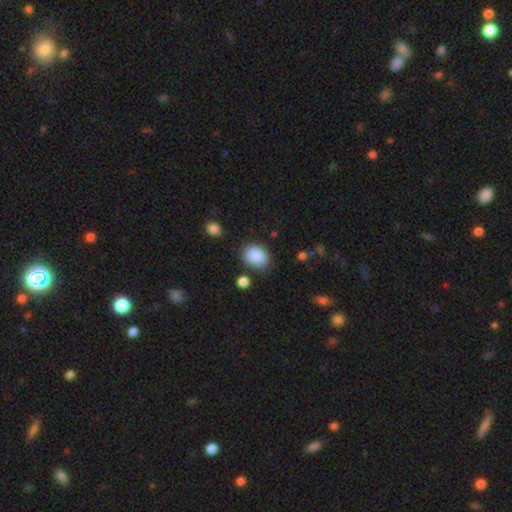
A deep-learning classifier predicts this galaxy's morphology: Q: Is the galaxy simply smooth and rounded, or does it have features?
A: smooth — 88%.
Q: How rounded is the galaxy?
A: round — 50%.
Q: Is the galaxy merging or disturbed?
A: none — 78%.